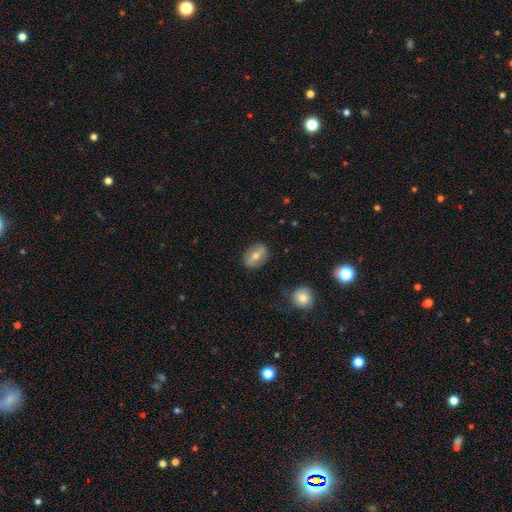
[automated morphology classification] type=smooth (54%); roundness=in between (73%); merging=none (83%).